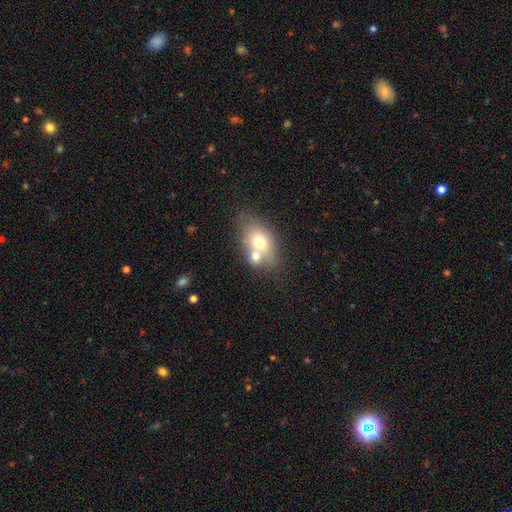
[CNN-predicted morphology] A smooth galaxy with no disk features (65%) that is in between round and cigar-shaped (70%). Merging: merger (52%).